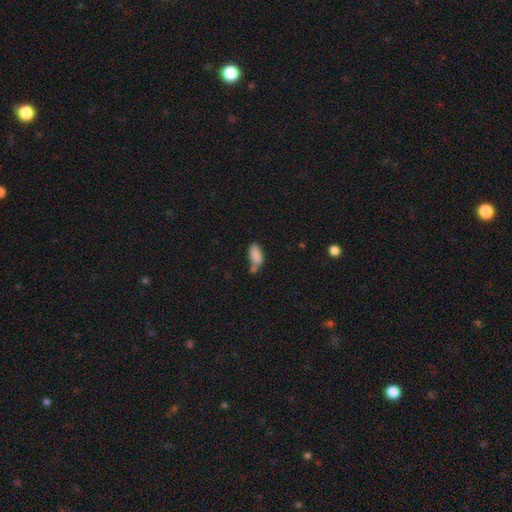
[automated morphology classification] This is clearly a smooth galaxy (85%). How rounded: clearly in between (89%). Merging: marginally none (41%).